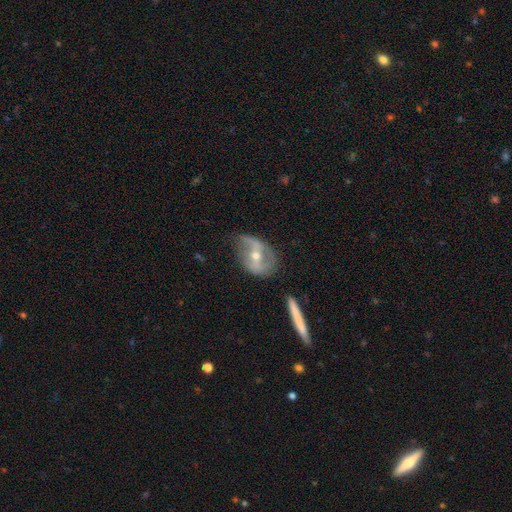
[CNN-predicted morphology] A featured or disk galaxy (72%) with a strong bar (47%), spiral arms (70%) and a moderate central bulge (54%). Merging: none (56%).